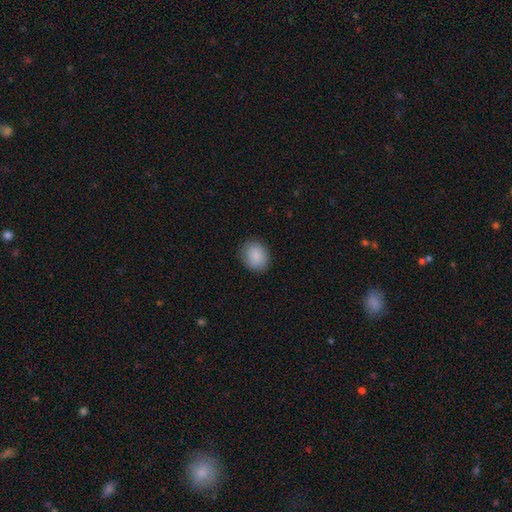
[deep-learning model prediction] Smooth or featured?
  - smooth: 89% *
  - star or artifact: 7%
  - featured or disk: 4%
How rounded?
  - round: 56% *
  - in between: 43%
  - cigar-shaped: 1%
Merging?
  - none: 86% *
  - minor disturbance: 11%
  - major disturbance: 3%
  - merger: 1%